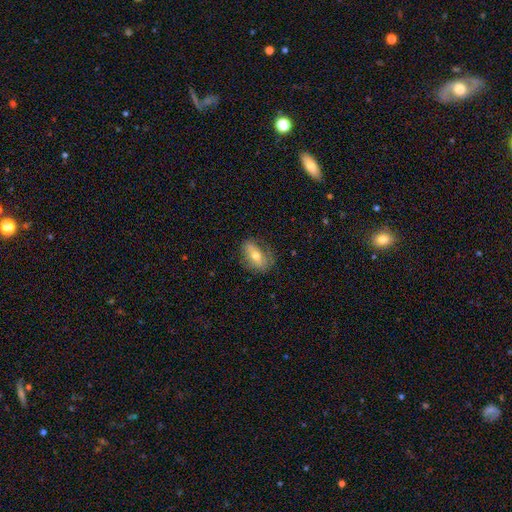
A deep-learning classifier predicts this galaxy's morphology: smooth 52%, featured or disk 40%, star or artifact 9%. Down the decision tree: how rounded — in between (79%); merging — none (69%).